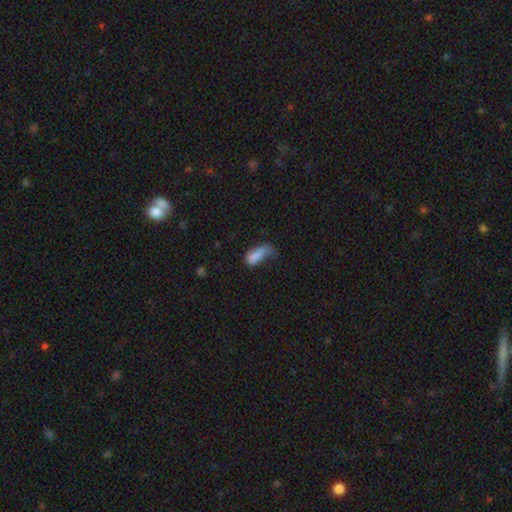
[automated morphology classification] smooth_or_featured: smooth (p=0.78) [alt: featured or disk p=0.13]
how_rounded: in between (p=0.78) [alt: cigar-shaped p=0.18]
merging: major disturbance (p=0.42) [alt: minor disturbance p=0.30]